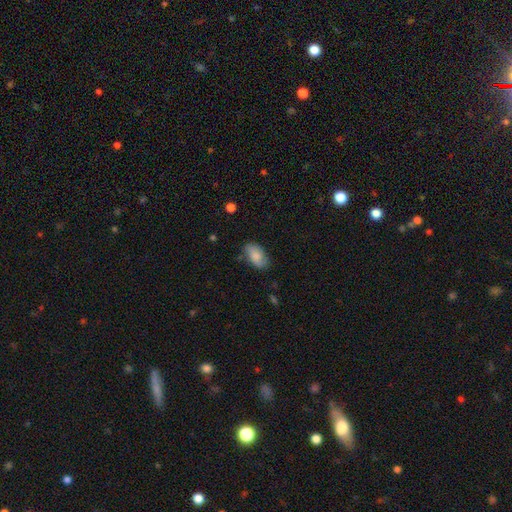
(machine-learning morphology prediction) type=smooth (74%); roundness=in between (92%); merging=none (72%).